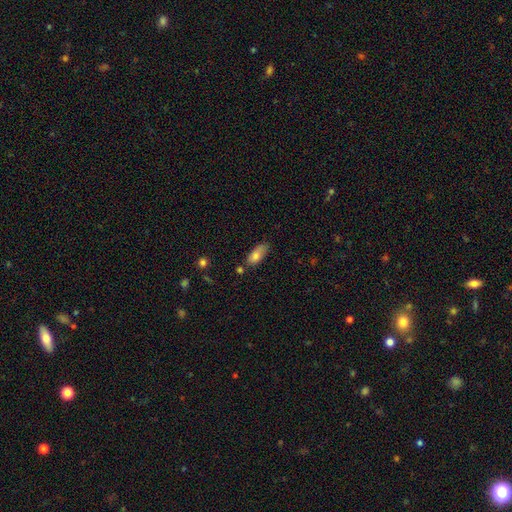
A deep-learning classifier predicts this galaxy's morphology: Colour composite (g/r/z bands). It shows a smooth galaxy with no disk features (80%) that is in between round and cigar-shaped (82%). Merging: none (53%).